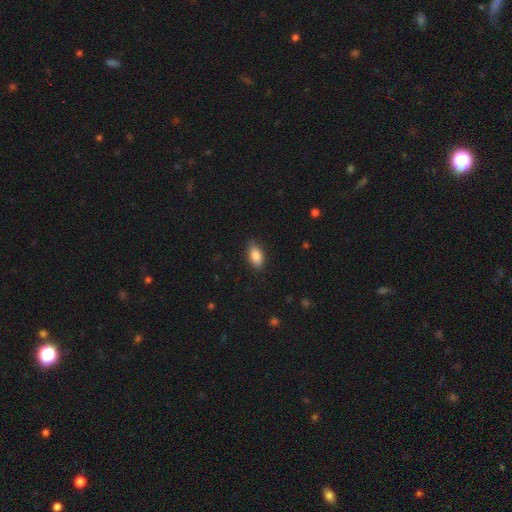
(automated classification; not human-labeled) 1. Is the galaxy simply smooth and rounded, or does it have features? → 86% smooth, 7% star or artifact, 7% featured or disk.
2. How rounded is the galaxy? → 91% in between, 5% cigar-shaped, 4% round.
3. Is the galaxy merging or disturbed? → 84% none, 12% minor disturbance, 3% major disturbance, 1% merger.